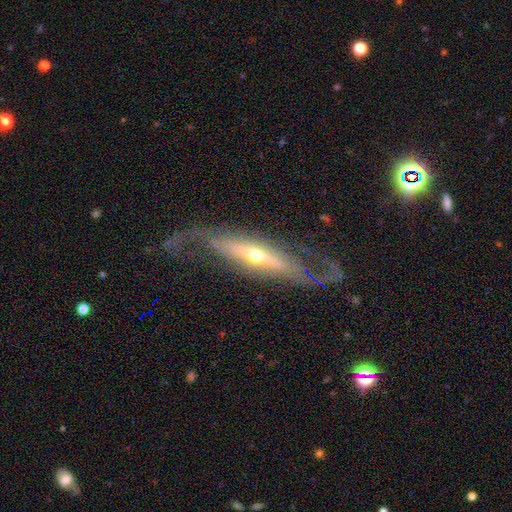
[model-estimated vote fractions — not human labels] This is clearly a featured or disk galaxy (84%). It is likely not viewed edge-on (62%). Bar: marginally strong (40%). Spiral arm pattern: clearly yes (86%). Central bulge: possibly moderate (50%). Merging: likely none (61%).